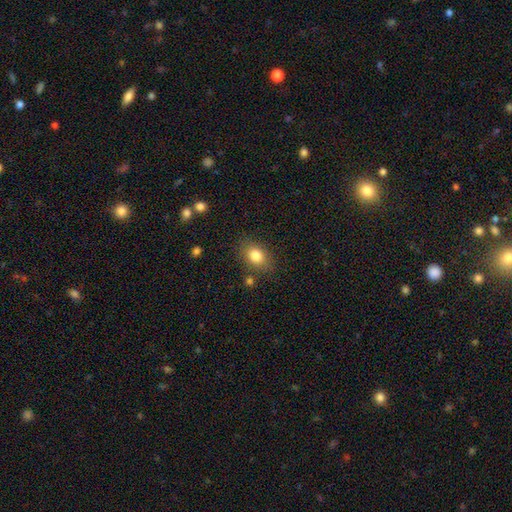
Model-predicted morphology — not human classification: smooth_or_featured: smooth (p=0.82) [alt: star or artifact p=0.09]
how_rounded: in between (p=0.70) [alt: round p=0.28]
merging: none (p=0.80) [alt: minor disturbance p=0.13]